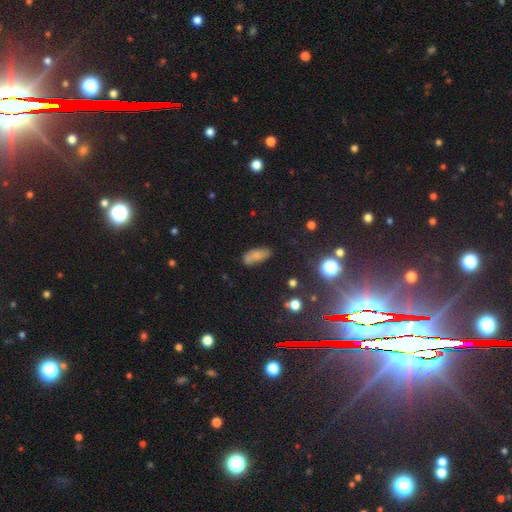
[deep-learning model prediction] A smooth galaxy with no disk features (71%) that is in between round and cigar-shaped (79%). Merging: none (60%).